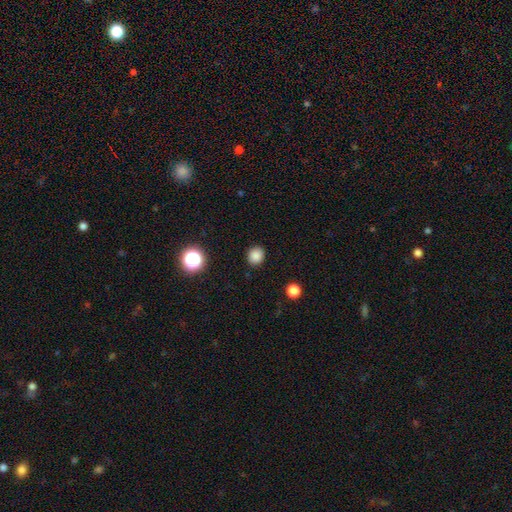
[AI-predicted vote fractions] Overall: smooth (85%). How rounded: round (77%). Merging: none (89%).